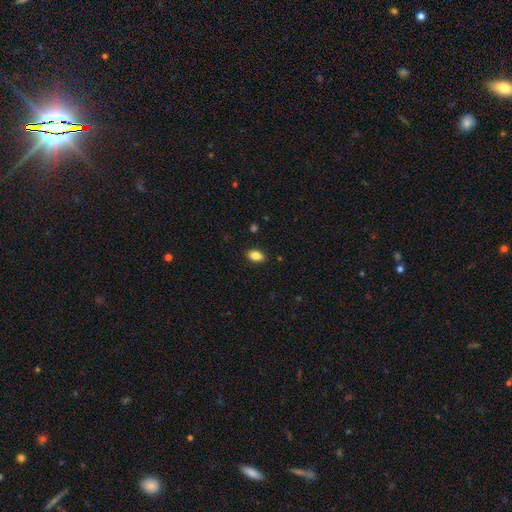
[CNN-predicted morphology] type=smooth (85%); roundness=in between (88%); merging=none (88%).